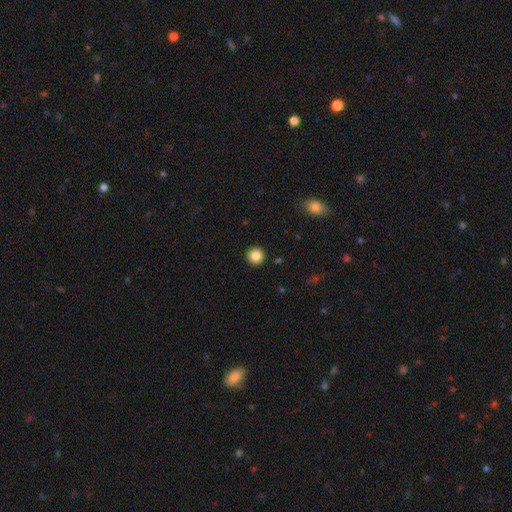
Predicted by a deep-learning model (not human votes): This appears to be a smooth galaxy with no disk features (86%) that is round (95%). Merging: none (93%).